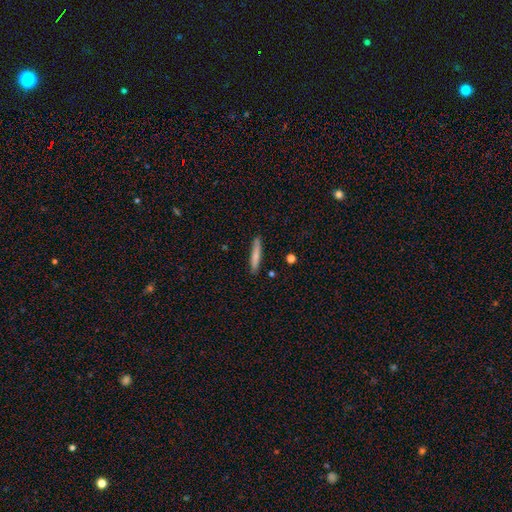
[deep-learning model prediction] This is likely a smooth galaxy (76%). How rounded: clearly cigar-shaped (92%). Merging: clearly none (85%).